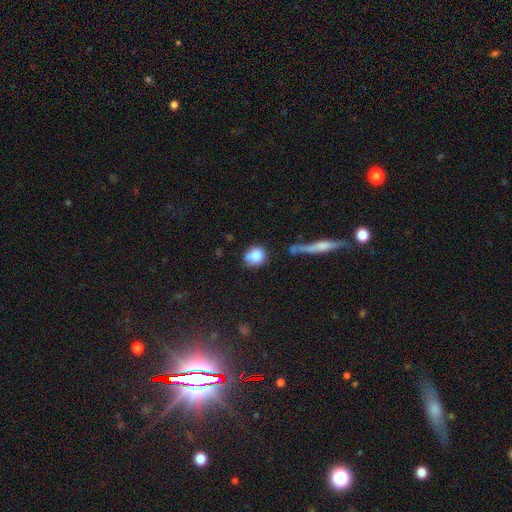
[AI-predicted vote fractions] A smooth galaxy with no disk features (84%) that is round (75%). Merging: none (58%).